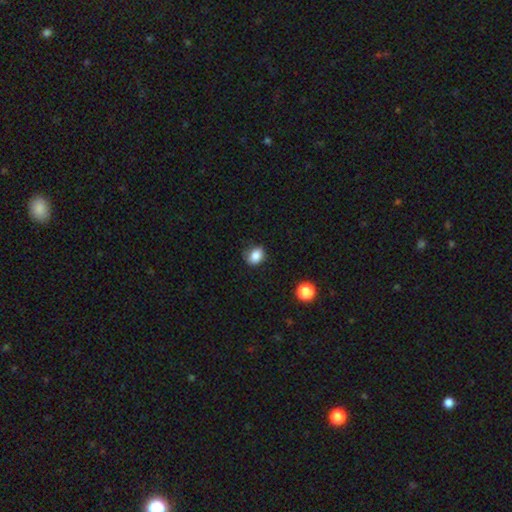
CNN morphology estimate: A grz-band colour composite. It shows a smooth galaxy with no disk features (85%) that is in between round and cigar-shaped (56%). Merging: none (74%).